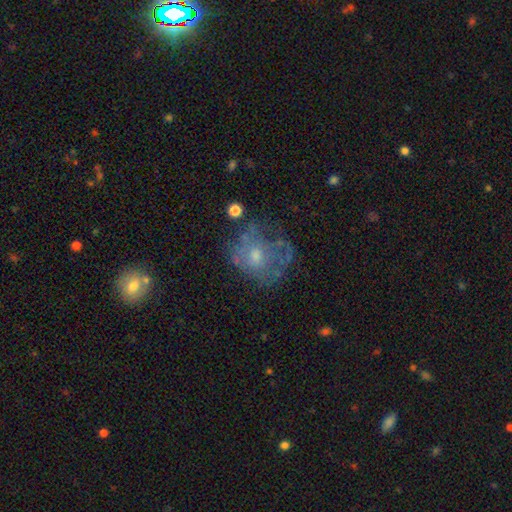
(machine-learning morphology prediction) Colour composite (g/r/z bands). It shows a featured or disk galaxy (47%). Merging: none (39%).